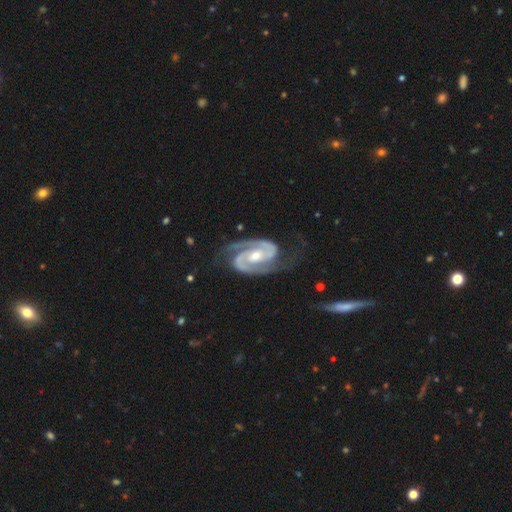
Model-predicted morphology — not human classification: smooth-or-featured: featured or disk: 94% | star or artifact: 4% | smooth: 3%
  disk-edge-on: no: 98% | yes: 2%
    bar: no: 45% | weak: 33% | strong: 22%
    has-spiral-arms: yes: 99% | no: 1%
      spiral-winding: tight: 48% | medium: 44% | loose: 7%
      spiral-arm-count: 2: 94% | 3: 2% | can't tell: 2% | 1: 1% | 4: 1% | more than 4: 1%
    bulge-size: moderate: 63% | small: 33% | large: 3% | none: 1% | dominant: 1%
  merging: none: 73% | minor disturbance: 18% | major disturbance: 8% | merger: 2%